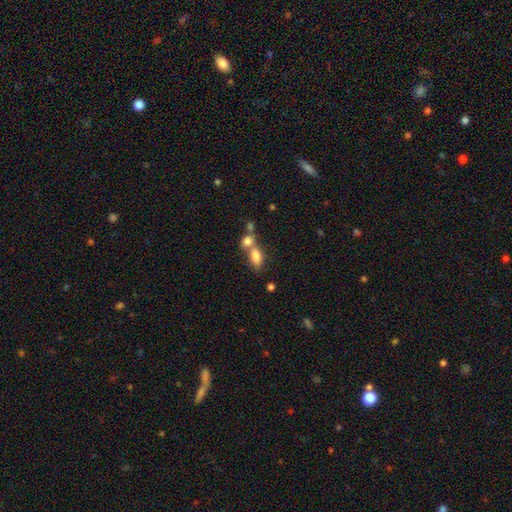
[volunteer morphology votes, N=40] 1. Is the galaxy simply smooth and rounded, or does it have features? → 75% smooth, 15% featured or disk, 10% star or artifact.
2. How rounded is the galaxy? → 77% in between, 13% round, 10% cigar-shaped.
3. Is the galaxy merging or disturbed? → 56% merger, 25% none, 14% minor disturbance, 6% major disturbance.